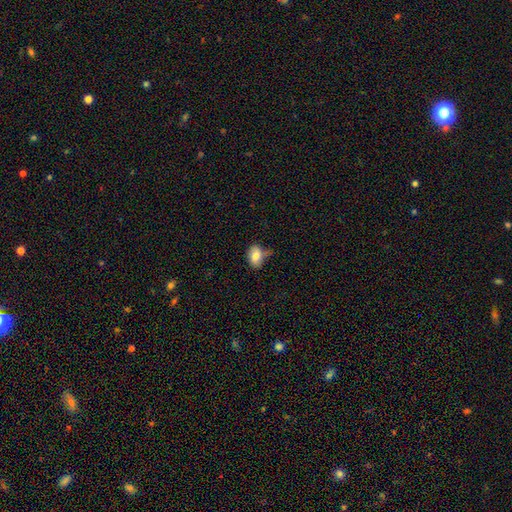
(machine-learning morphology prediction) This is likely a smooth galaxy (80%). How rounded: clearly in between (81%). Merging: possibly none (46%).